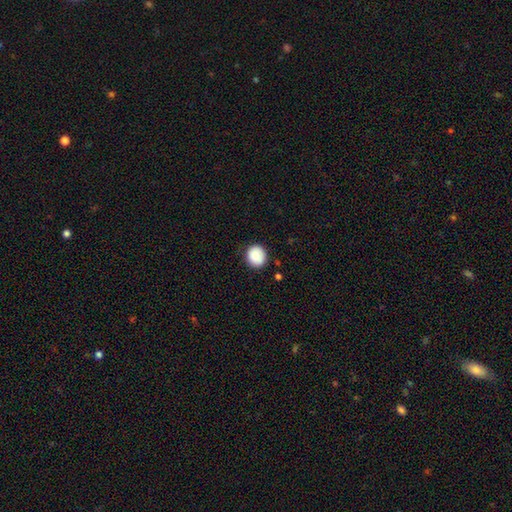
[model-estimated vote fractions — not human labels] Smooth or featured?
  - smooth: 87% *
  - star or artifact: 8%
  - featured or disk: 5%
How rounded?
  - round: 82% *
  - in between: 17%
  - cigar-shaped: 1%
Merging?
  - none: 85% *
  - minor disturbance: 11%
  - major disturbance: 2%
  - merger: 1%